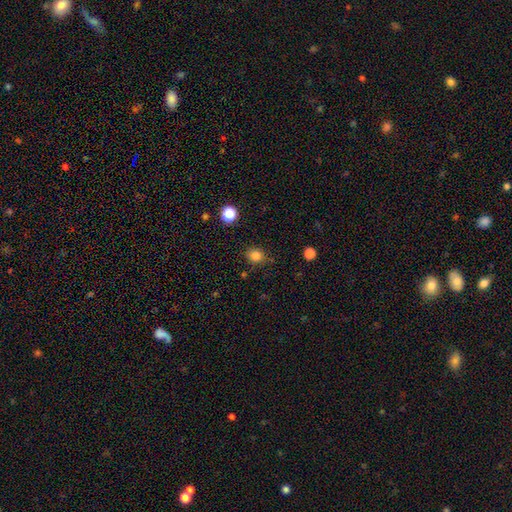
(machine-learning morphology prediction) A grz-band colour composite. It shows a smooth galaxy with no disk features (82%) that is round (69%). Merging: none (81%).